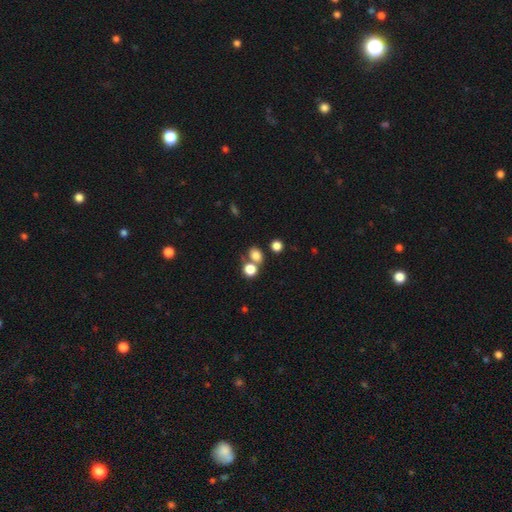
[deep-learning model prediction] Morphology: type=smooth (78%); roundness=round (53%); merging=none (56%).